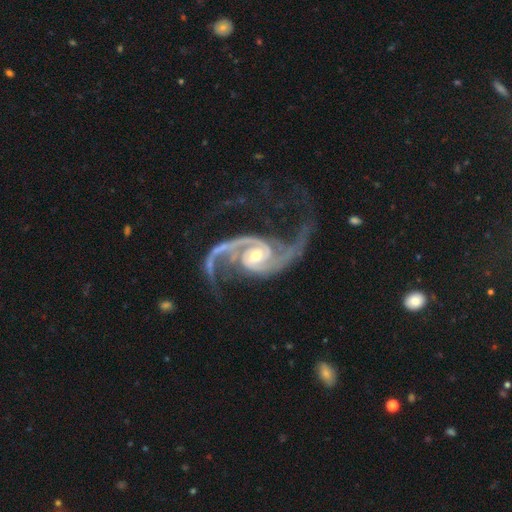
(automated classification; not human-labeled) A featured or disk galaxy (94%) with no bar (46%), 2 (88%) medium (44%) spiral arms (99%) and a moderate central bulge (59%).

Vote fractions:
- Smooth or featured? featured or disk: 94% / star or artifact: 4% / smooth: 2%
- Edge-on disk? no: 98% / yes: 2%
- Bar? no: 46% / weak: 35% / strong: 18%
- Spiral arms? yes: 99% / no: 1%
- Spiral winding? medium: 44% / loose: 40% / tight: 15%
- Spiral arm count? 2: 88% / 3: 3% / can't tell: 2% / 1: 2% / 4: 2% / more than 4: 2%
- Bulge size? moderate: 59% / small: 35% / large: 4% / none: 1% / dominant: 1%
- Merging? none: 55% / major disturbance: 24% / minor disturbance: 17% / merger: 4%